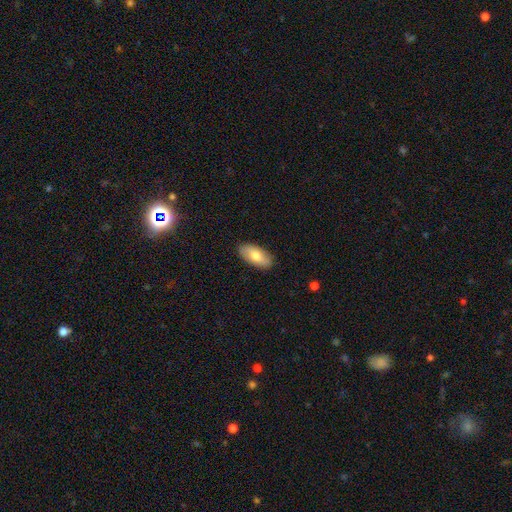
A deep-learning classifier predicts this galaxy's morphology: Smooth or featured?
  - smooth: 72% *
  - featured or disk: 22%
  - star or artifact: 6%
How rounded?
  - in between: 91% *
  - cigar-shaped: 6%
  - round: 3%
Merging?
  - none: 88% *
  - minor disturbance: 9%
  - major disturbance: 2%
  - merger: 1%